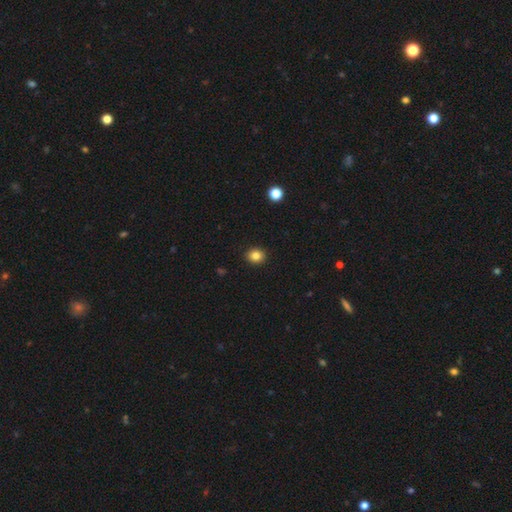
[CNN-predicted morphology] The model was most divided on "how rounded": round: 75%, in between: 25%, cigar-shaped: 1%. More confident: merging — none (92%); smooth or featured — smooth (84%).